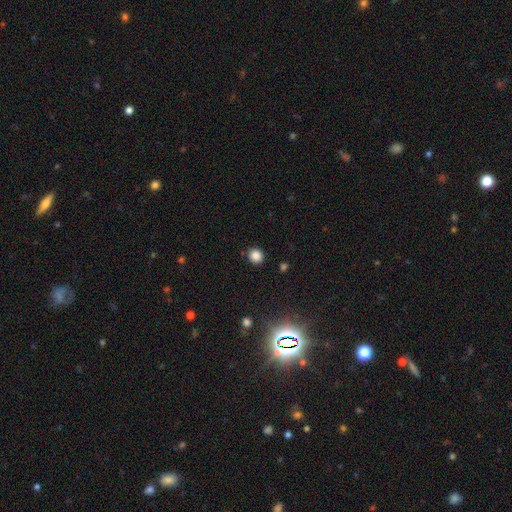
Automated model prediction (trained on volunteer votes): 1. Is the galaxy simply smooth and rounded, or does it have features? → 84% smooth, 13% star or artifact, 4% featured or disk.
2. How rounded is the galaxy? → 85% round, 14% in between, 1% cigar-shaped.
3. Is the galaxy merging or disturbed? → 88% none, 8% minor disturbance, 2% major disturbance, 2% merger.